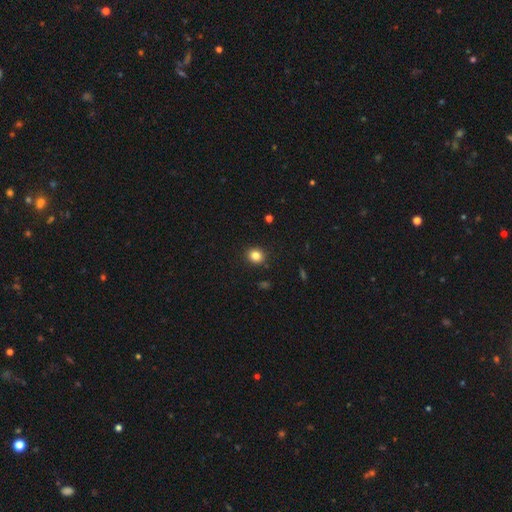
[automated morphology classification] Smooth or featured: smooth — 83% (star or artifact — 12%)
How rounded: round — 77% (in between — 22%)
Merging: none — 91% (minor disturbance — 6%)